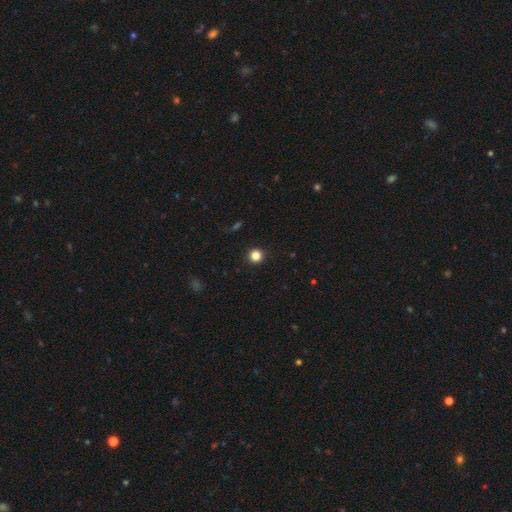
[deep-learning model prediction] Smooth or featured? Predicted: smooth (p=0.84). How rounded? Predicted: round (p=0.95). Merging? Predicted: none (p=0.93).